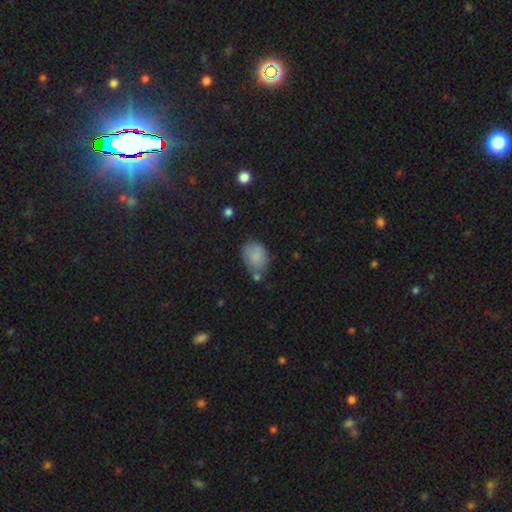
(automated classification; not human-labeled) Q: Smooth or featured?
A: smooth (81%); runner-up: featured or disk (10%)
Q: How rounded?
A: in between (74%); runner-up: round (25%)
Q: Merging?
A: none (49%); runner-up: minor disturbance (31%)